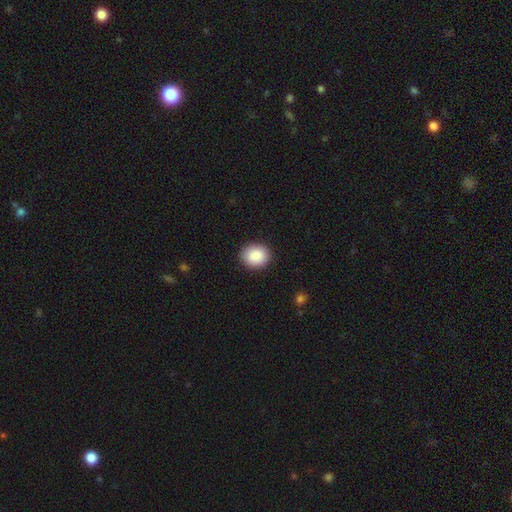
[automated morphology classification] Smooth or featured? Predicted: smooth (p=0.89). How rounded? Predicted: round (p=0.73). Merging? Predicted: none (p=0.90).